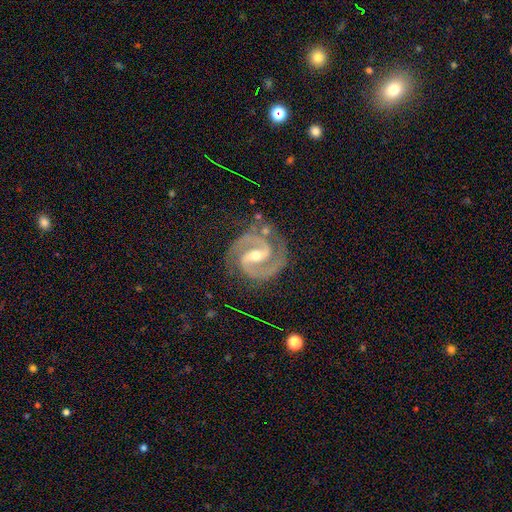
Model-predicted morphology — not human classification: A featured or disk galaxy (93%) with a strong bar (46%), 2 (93%) medium (57%) spiral arms (99%) and a moderate central bulge (55%).

Vote fractions:
- Smooth or featured? featured or disk: 93% / star or artifact: 4% / smooth: 2%
- Edge-on disk? no: 98% / yes: 2%
- Bar? strong: 46% / weak: 39% / no: 16%
- Spiral arms? yes: 99% / no: 1%
- Spiral winding? medium: 57% / tight: 37% / loose: 6%
- Spiral arm count? 2: 93% / 3: 2% / can't tell: 1% / 1: 1% / 4: 1% / more than 4: 1%
- Bulge size? moderate: 55% / small: 42% / large: 2% / none: 1% / dominant: 1%
- Merging? none: 80% / minor disturbance: 14% / major disturbance: 4% / merger: 2%